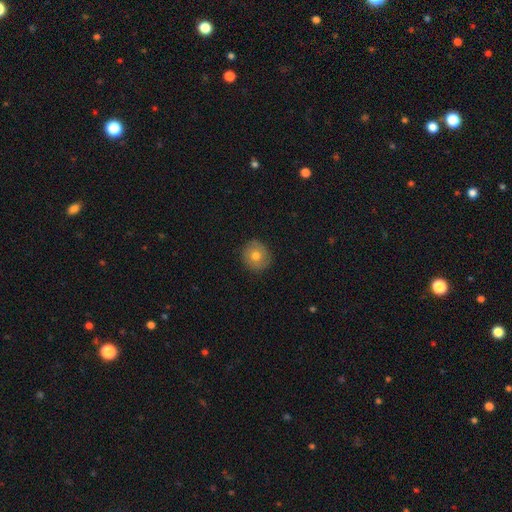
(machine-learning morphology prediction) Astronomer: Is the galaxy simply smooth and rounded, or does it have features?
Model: smooth — 73%.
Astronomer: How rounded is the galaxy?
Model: round — 88%.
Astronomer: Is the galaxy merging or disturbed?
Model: none — 89%.